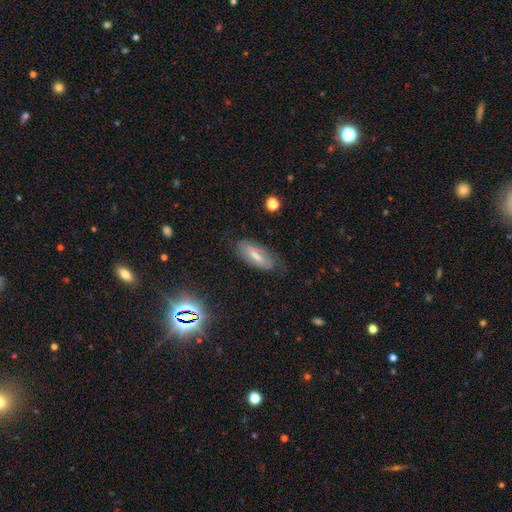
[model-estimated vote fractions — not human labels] Smooth or featured? Predicted: smooth (p=0.53). How rounded? Predicted: in between (p=0.76). Merging? Predicted: none (p=0.69).